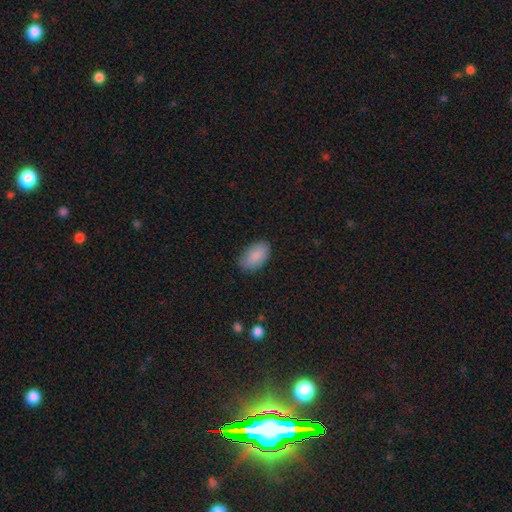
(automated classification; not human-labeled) smooth 88%, star or artifact 6%, featured or disk 6%. Down the decision tree: how rounded — in between (94%); merging — none (82%).